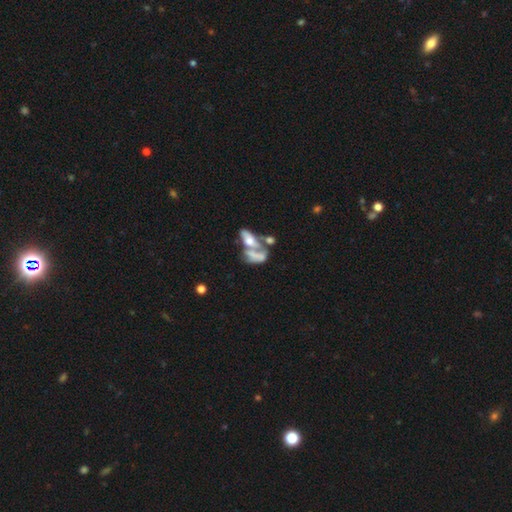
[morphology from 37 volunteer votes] A smooth galaxy with no disk features (49%, tied with featured or disk) that is in between round and cigar-shaped (83%). Merging: merger (67%).